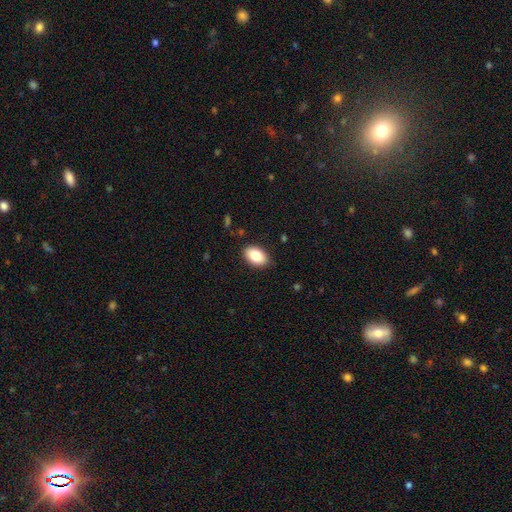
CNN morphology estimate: Smooth or featured?
  - smooth: 84% *
  - featured or disk: 9%
  - star or artifact: 7%
How rounded?
  - in between: 91% *
  - round: 7%
  - cigar-shaped: 1%
Merging?
  - none: 87% *
  - minor disturbance: 10%
  - major disturbance: 2%
  - merger: 1%